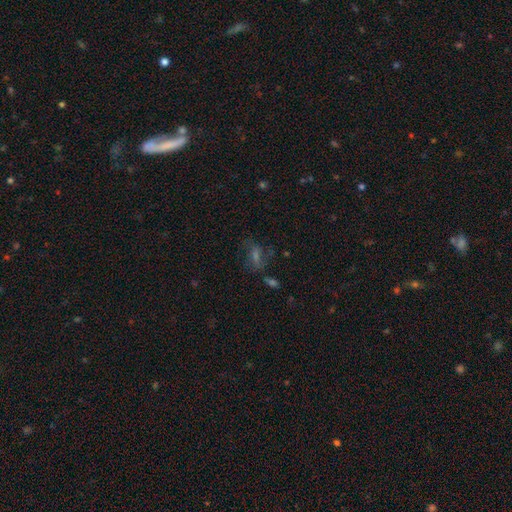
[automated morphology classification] smooth-or-featured: featured or disk: 43% | star or artifact: 30% | smooth: 28%
  merging: none: 62% | minor disturbance: 17% | major disturbance: 15% | merger: 6%